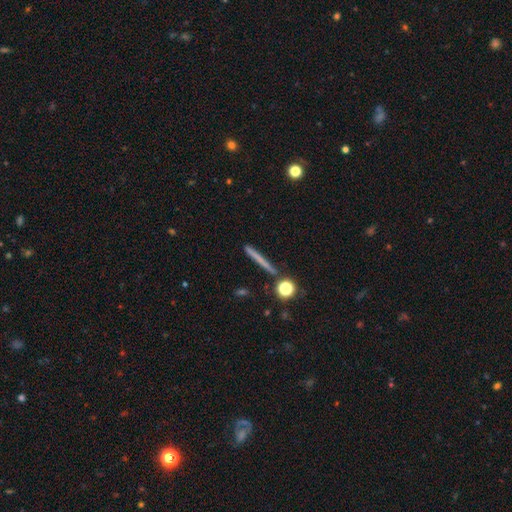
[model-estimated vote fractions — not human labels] smooth 54%, featured or disk 37%, star or artifact 9%. Down the decision tree: how rounded — cigar-shaped (92%); merging — none (87%).